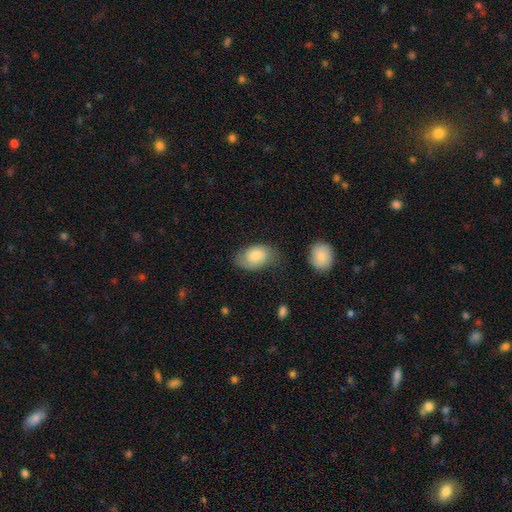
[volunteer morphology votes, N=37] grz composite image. It shows a smooth galaxy with no disk features (78%) that is in between round and cigar-shaped (97%). Merging: none (59%).